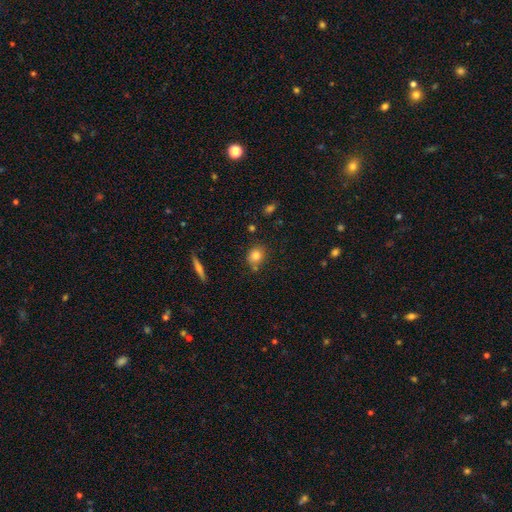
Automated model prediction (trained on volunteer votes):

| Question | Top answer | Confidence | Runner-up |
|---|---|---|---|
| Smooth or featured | smooth | 81% | star or artifact (10%) |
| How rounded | round | 67% | in between (32%) |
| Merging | none | 68% | minor disturbance (19%) |